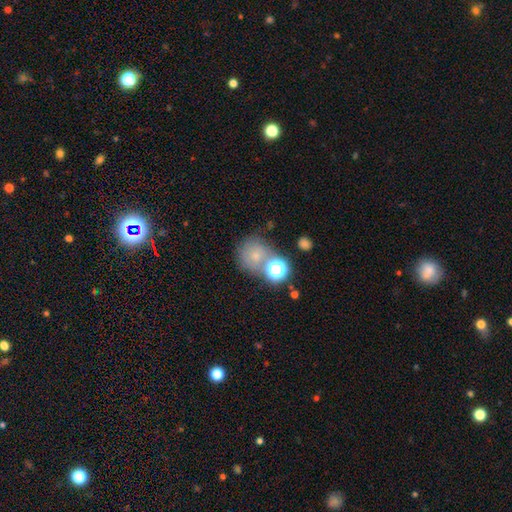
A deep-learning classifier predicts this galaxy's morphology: Smooth or featured?
  - smooth: 64% *
  - star or artifact: 21%
  - featured or disk: 15%
How rounded?
  - round: 83% *
  - in between: 16%
  - cigar-shaped: 1%
Merging?
  - none: 52% *
  - merger: 25%
  - minor disturbance: 15%
  - major disturbance: 8%